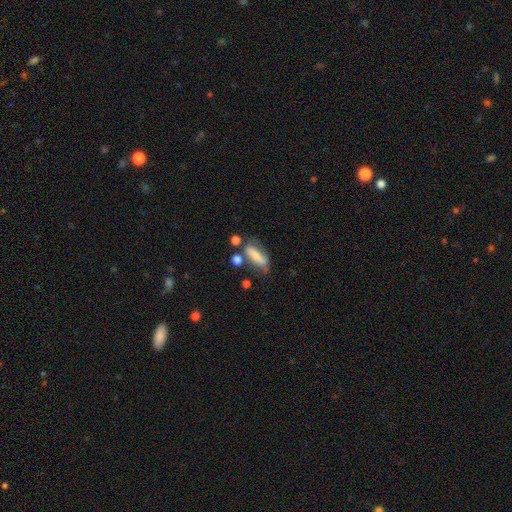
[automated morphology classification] A smooth galaxy with no disk features (63%) that is in between round and cigar-shaped (60%). Merging: none (44%).